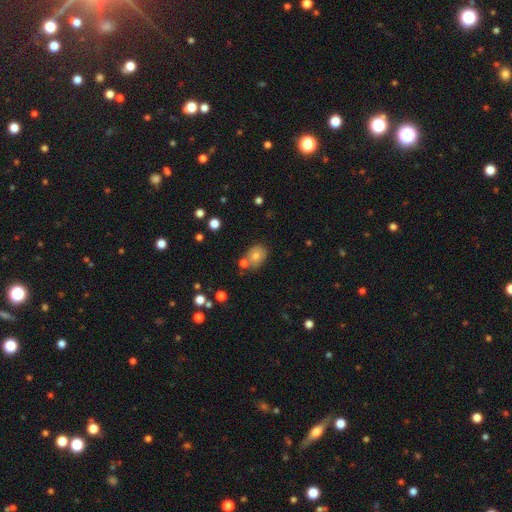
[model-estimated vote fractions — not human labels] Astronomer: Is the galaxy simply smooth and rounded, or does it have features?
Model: smooth — 76%.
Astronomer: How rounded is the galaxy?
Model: in between — 52% (runner-up: round, 47%).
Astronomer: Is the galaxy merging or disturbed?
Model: none — 66%.